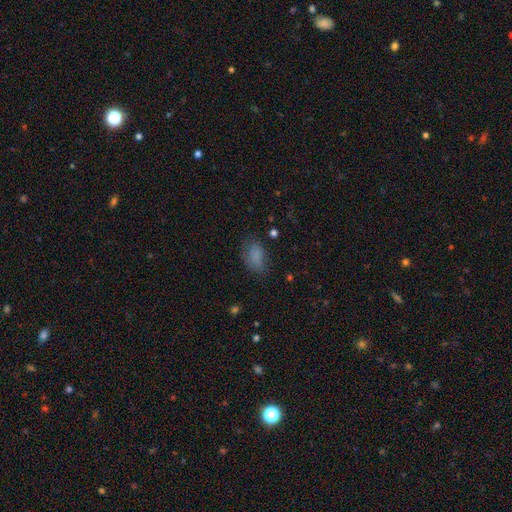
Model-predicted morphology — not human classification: Smooth or featured? Predicted: smooth (p=0.80). How rounded? Predicted: in between (p=0.86). Merging? Predicted: none (p=0.62).